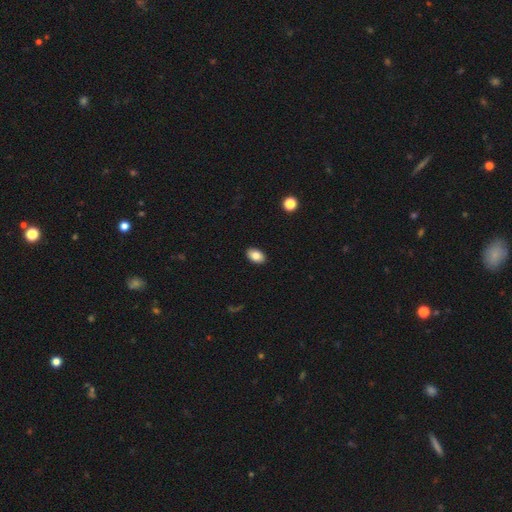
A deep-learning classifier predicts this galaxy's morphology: Smooth or featured? smooth (83%)
How rounded? in between (89%)
Merging? none (90%)